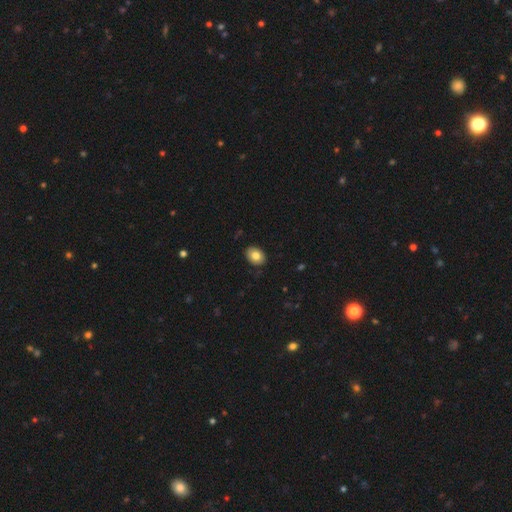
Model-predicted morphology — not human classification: Smooth or featured? Predicted: smooth (p=0.81). How rounded? Predicted: in between (p=0.70). Merging? Predicted: none (p=0.88).